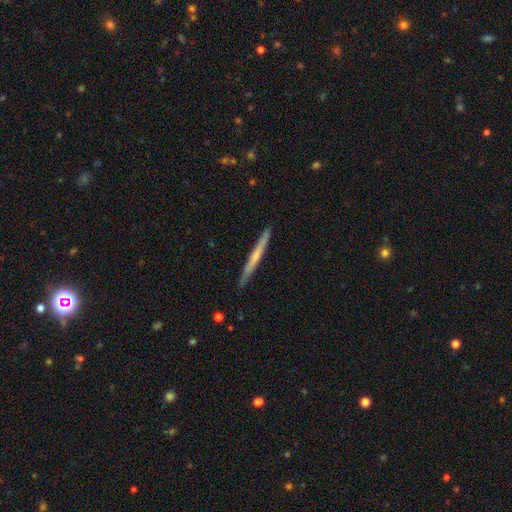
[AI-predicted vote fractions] Overall: featured or disk (53%; smooth 42%). Edge-on disk: yes (97%). Edge-on bulge: none (59%; rounded 36%). Merging: none (91%).